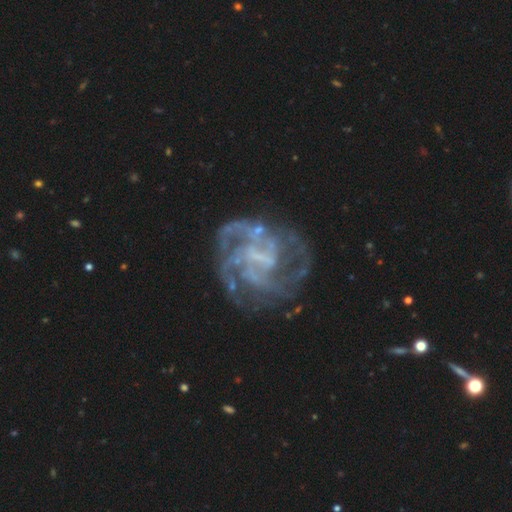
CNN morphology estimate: A featured or disk galaxy (84%) with a weak bar (42%), tight (46%) spiral arms (88%) and no central bulge (57%).

Vote fractions:
- Smooth or featured? featured or disk: 84% / star or artifact: 9% / smooth: 7%
- Edge-on disk? no: 98% / yes: 2%
- Bar? weak: 42% / no: 37% / strong: 20%
- Spiral arms? yes: 88% / no: 12%
- Spiral winding? tight: 46% / medium: 40% / loose: 13%
- Spiral arm count? can't tell: 32% / 3: 22% / 4: 15% / 2: 15% / more than 4: 8% / 1: 8%
- Bulge size? none: 57% / small: 27% / moderate: 12% / large: 2% / dominant: 1%
- Merging? none: 64% / major disturbance: 16% / minor disturbance: 16% / merger: 3%